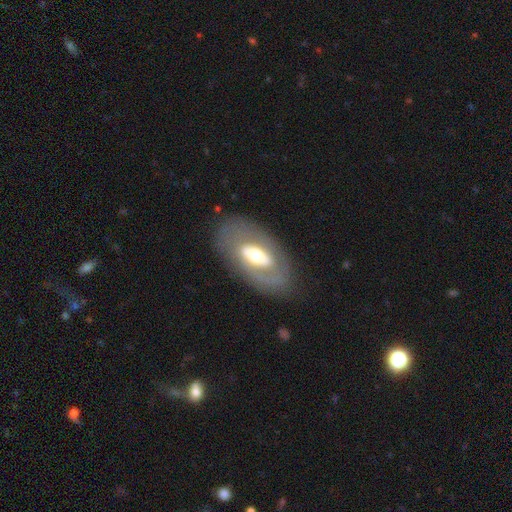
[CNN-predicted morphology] This appears to be a featured or disk galaxy (62%) with no bar (43%), no spiral arms (71%) and a moderate central bulge (58%). Merging: none (78%).